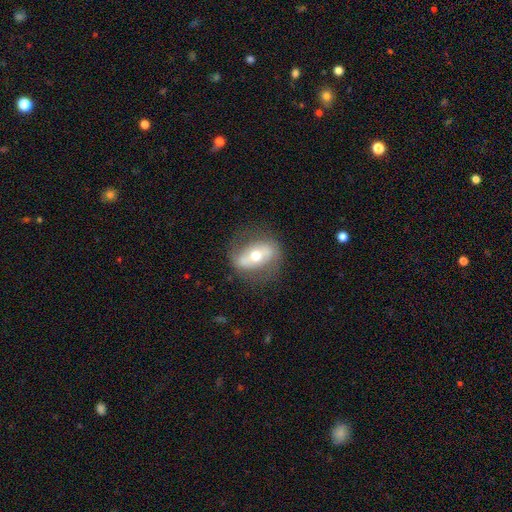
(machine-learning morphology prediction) smooth_or_featured: featured or disk (p=0.58) [alt: smooth p=0.35]
disk_edge_on: no (p=0.84) [alt: yes p=0.16]
merging: none (p=0.74) [alt: minor disturbance p=0.16]